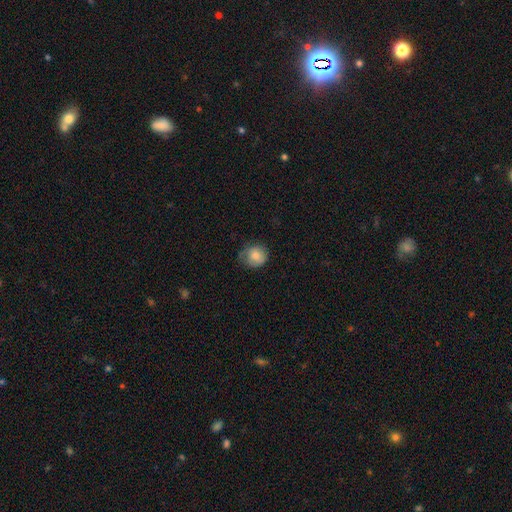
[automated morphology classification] Smooth or featured: smooth — 80% (featured or disk — 12%)
How rounded: round — 81% (in between — 18%)
Merging: none — 62% (minor disturbance — 29%)